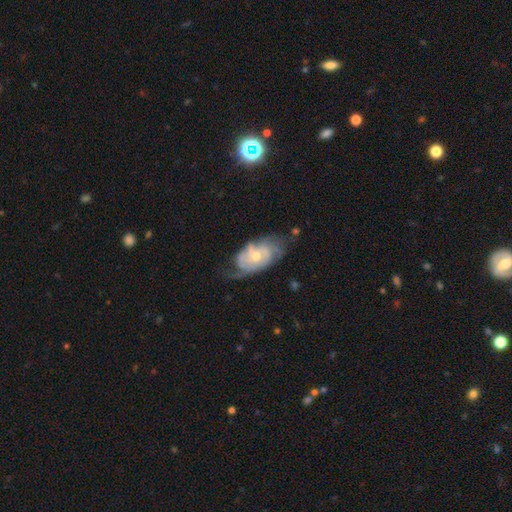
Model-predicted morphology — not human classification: smooth-or-featured: featured or disk: 77% | smooth: 17% | star or artifact: 6%
  disk-edge-on: no: 95% | yes: 5%
    bar: no: 59% | weak: 35% | strong: 6%
    has-spiral-arms: yes: 89% | no: 11%
      spiral-winding: tight: 43% | medium: 39% | loose: 18%
      spiral-arm-count: 2: 36% | can't tell: 34% | 3: 15% | 4: 5% | 1: 5% | more than 4: 3%
    bulge-size: moderate: 51% | small: 44% | large: 2% | none: 2% | dominant: 1%
  merging: none: 50% | minor disturbance: 29% | major disturbance: 19% | merger: 3%